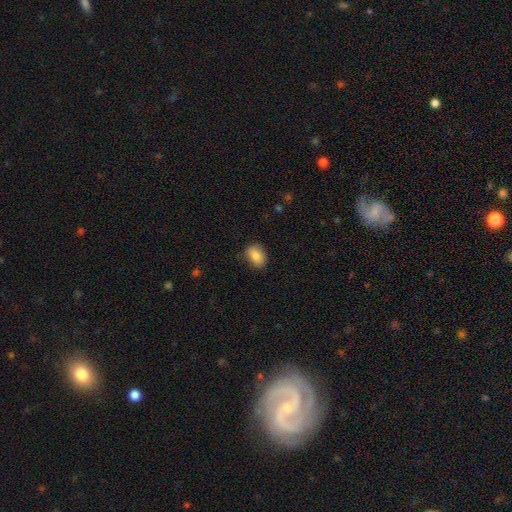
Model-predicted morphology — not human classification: Q: Smooth or featured?
A: smooth (87%); runner-up: star or artifact (8%)
Q: How rounded?
A: in between (78%); runner-up: round (20%)
Q: Merging?
A: none (81%); runner-up: minor disturbance (15%)